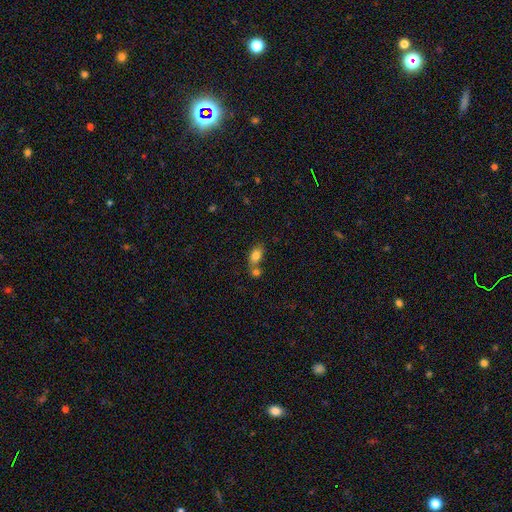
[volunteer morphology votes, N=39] Volunteers were most divided on "merging": merger: 59%, none: 41%, minor disturbance: 0%, major disturbance: 0%. More confident: smooth or featured — smooth (77%); how rounded — in between (73%).